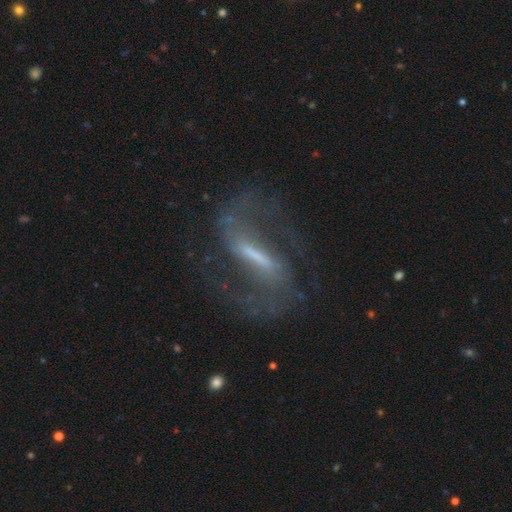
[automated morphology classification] Smooth or featured?
  - featured or disk: 86% *
  - star or artifact: 7%
  - smooth: 7%
Edge-on disk?
  - no: 90% *
  - yes: 10%
Bar?
  - strong: 68% *
  - weak: 27%
  - no: 6%
Spiral arms?
  - yes: 93% *
  - no: 7%
Spiral winding?
  - medium: 45% *
  - loose: 44%
  - tight: 12%
Spiral arm count?
  - 2: 91% *
  - can't tell: 4%
  - 1: 2%
  - 3: 1%
  - 4: 1%
  - more than 4: 1%
Bulge size?
  - small: 35% *
  - moderate: 28%
  - none: 28%
  - large: 7%
  - dominant: 2%
Merging?
  - none: 70% *
  - minor disturbance: 14%
  - major disturbance: 14%
  - merger: 2%